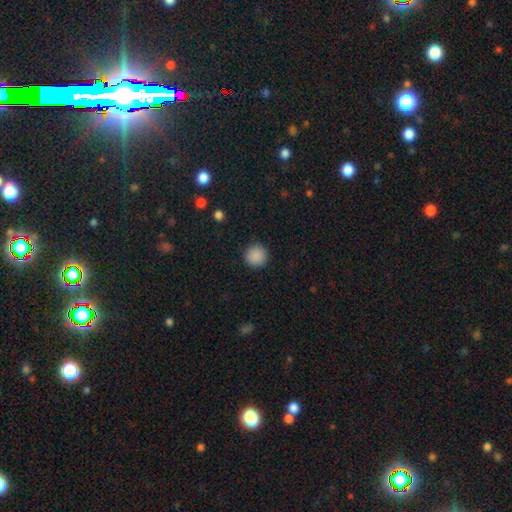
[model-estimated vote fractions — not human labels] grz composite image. It shows a smooth galaxy with no disk features (89%) that is round (95%). Merging: none (91%).